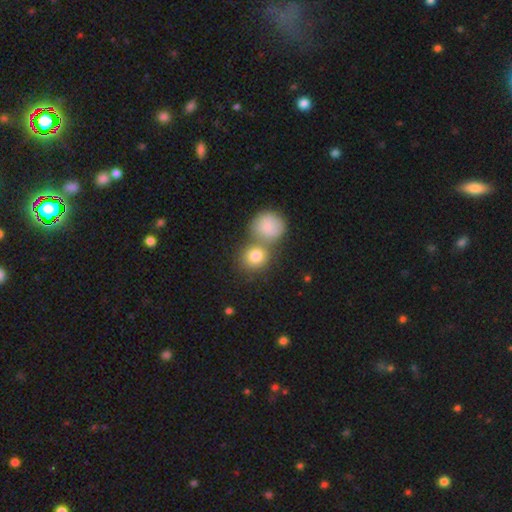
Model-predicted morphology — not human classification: Smooth or featured? smooth (81%)
How rounded? round (83%)
Merging? none (47%)